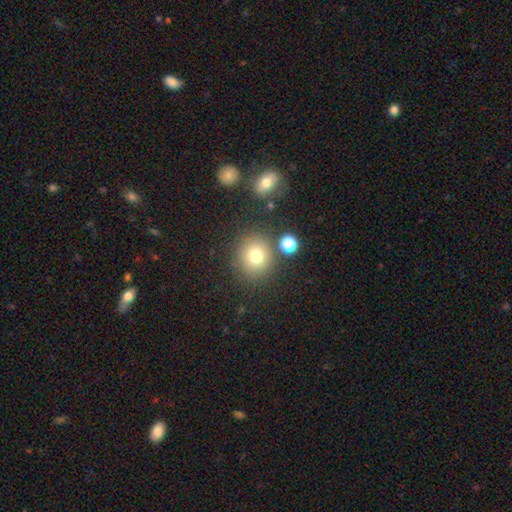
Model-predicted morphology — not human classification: Smooth or featured? Predicted: smooth (p=0.76). How rounded? Predicted: round (p=0.85). Merging? Predicted: none (p=0.80).